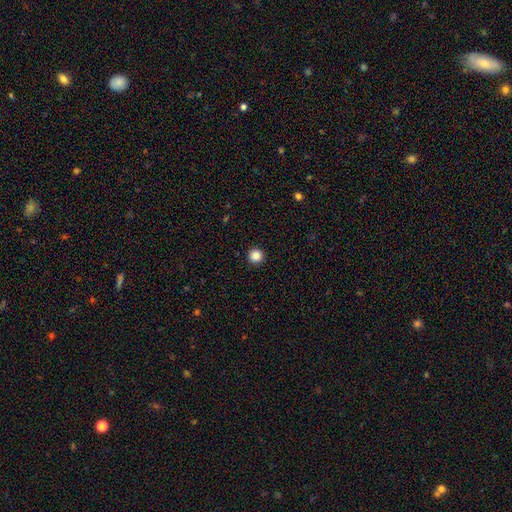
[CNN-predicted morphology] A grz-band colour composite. It shows a smooth galaxy with no disk features (87%) that is round (96%). Merging: none (93%).